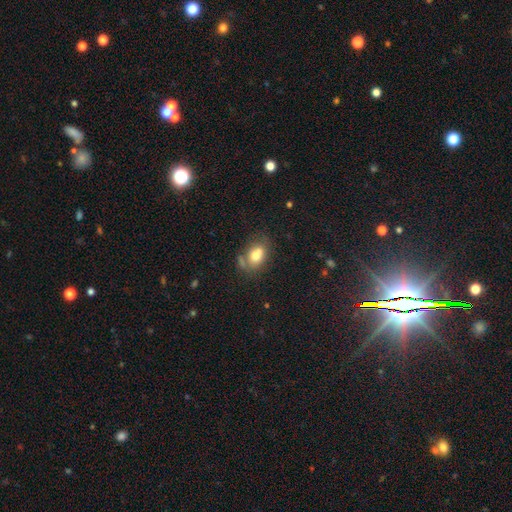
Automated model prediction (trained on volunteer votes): This appears to be a smooth galaxy with no disk features (72%) that is in between round and cigar-shaped (75%). Merging: none (46%).